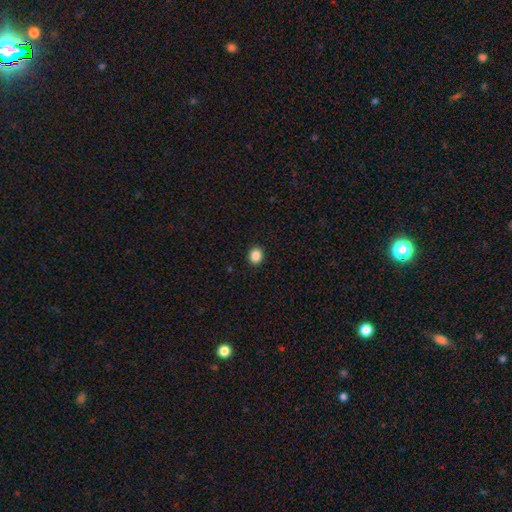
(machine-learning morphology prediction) smooth_or_featured: smooth (p=0.87) [alt: star or artifact p=0.10]
how_rounded: round (p=0.74) [alt: in between p=0.25]
merging: none (p=0.92) [alt: minor disturbance p=0.05]